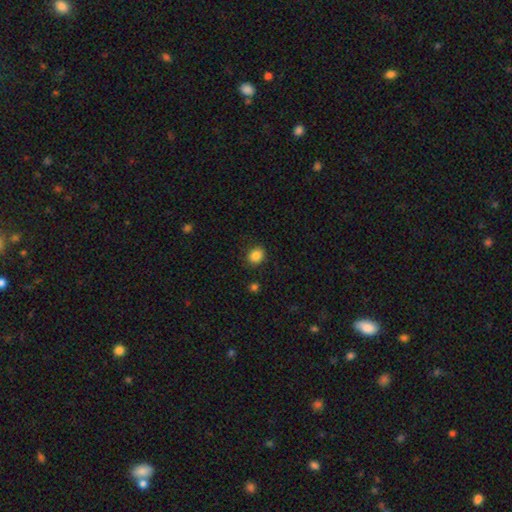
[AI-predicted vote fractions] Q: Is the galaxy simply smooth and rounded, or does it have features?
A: smooth — 86%.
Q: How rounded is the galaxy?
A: round — 61%.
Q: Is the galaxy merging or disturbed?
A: none — 87%.